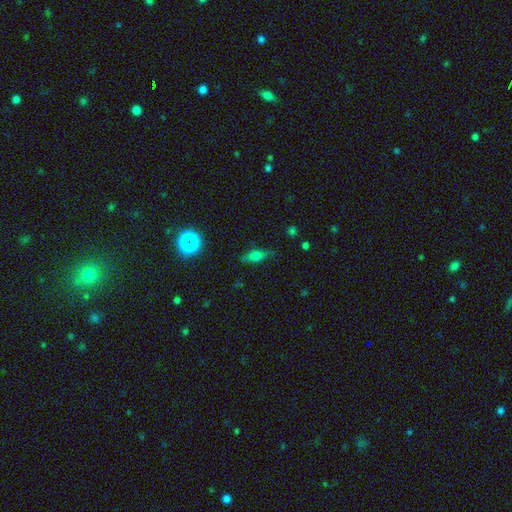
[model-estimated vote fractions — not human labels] Smooth or featured? Predicted: smooth (p=0.55). How rounded? Predicted: in between (p=0.58). Merging? Predicted: none (p=0.79).